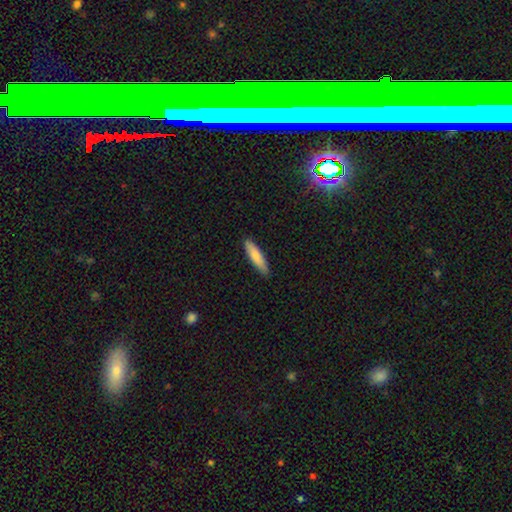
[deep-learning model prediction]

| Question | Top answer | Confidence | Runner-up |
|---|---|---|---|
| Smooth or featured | smooth | 78% | featured or disk (17%) |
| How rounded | cigar-shaped | 76% | in between (23%) |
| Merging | none | 88% | minor disturbance (9%) |